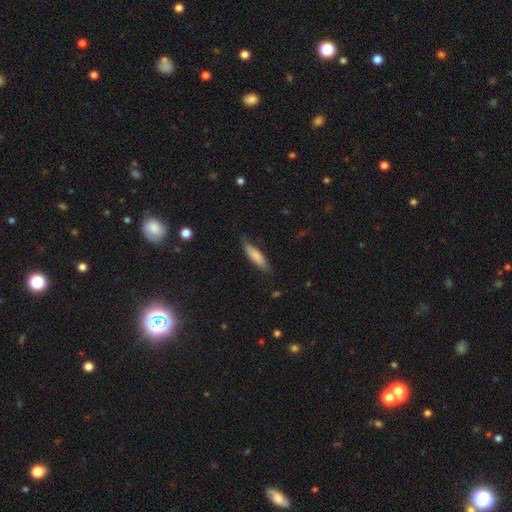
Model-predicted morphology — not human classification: Q: Smooth or featured?
A: smooth (79%); runner-up: featured or disk (15%)
Q: How rounded?
A: cigar-shaped (67%); runner-up: in between (32%)
Q: Merging?
A: none (76%); runner-up: minor disturbance (20%)